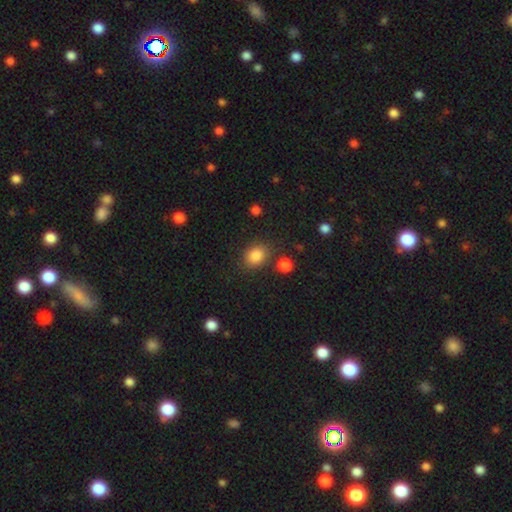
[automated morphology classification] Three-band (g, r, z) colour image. It shows a smooth galaxy with no disk features (85%) that is in between round and cigar-shaped (53%). Merging: none (79%).